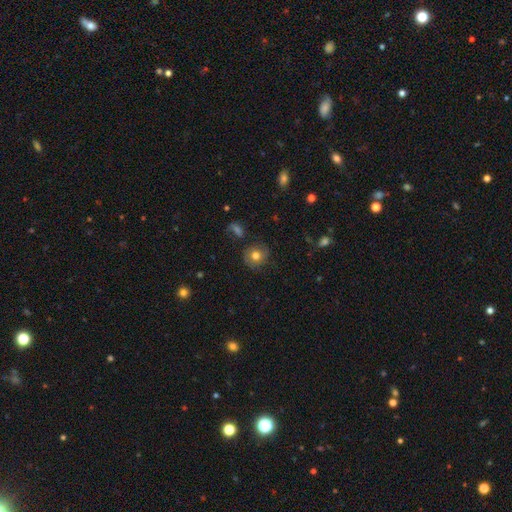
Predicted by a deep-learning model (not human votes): The model was most divided on "smooth or featured": smooth: 67%, featured or disk: 22%, star or artifact: 12%. More confident: how rounded — round (88%); merging — none (79%).